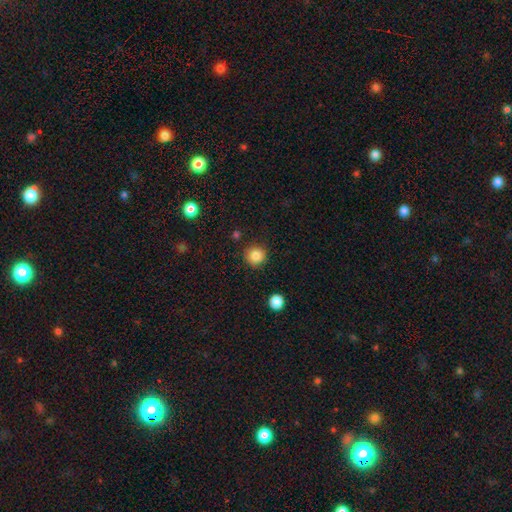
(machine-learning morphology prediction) smooth_or_featured: smooth (p=0.85) [alt: star or artifact p=0.11]
how_rounded: round (p=0.93) [alt: in between p=0.06]
merging: none (p=0.88) [alt: minor disturbance p=0.08]